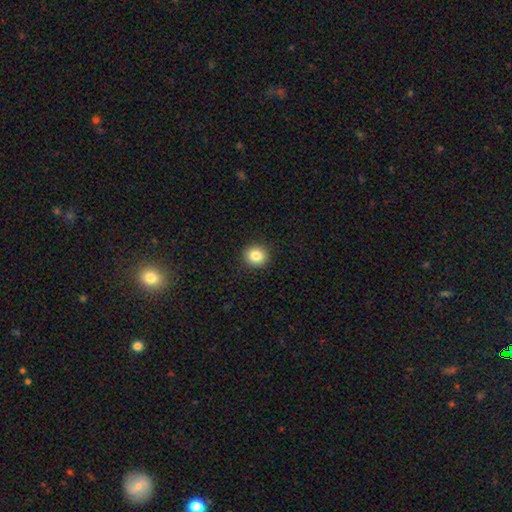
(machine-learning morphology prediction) A smooth galaxy with no disk features (84%) that is round (87%). Merging: none (91%).